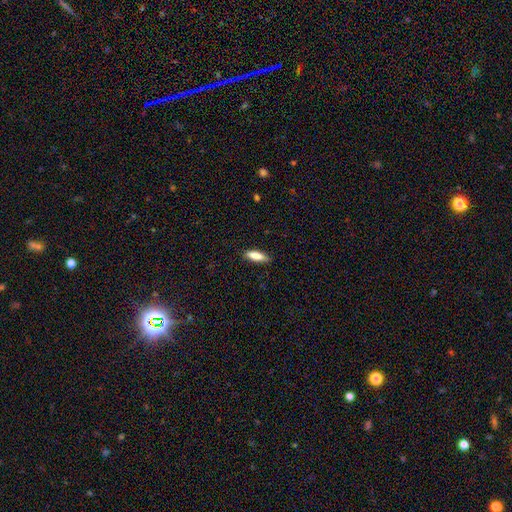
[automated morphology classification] type=smooth (85%); roundness=in between (52%); merging=none (83%).